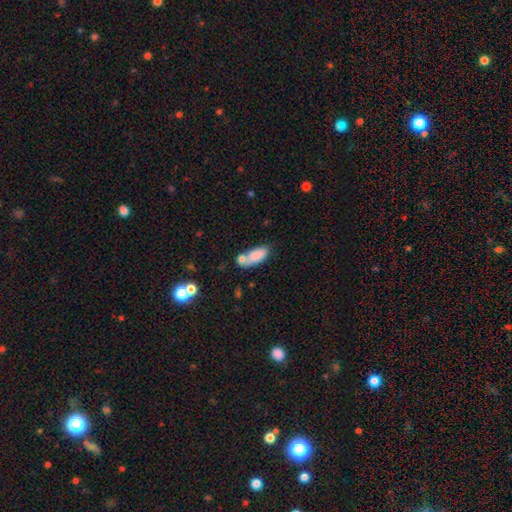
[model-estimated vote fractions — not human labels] A smooth galaxy with no disk features (81%) that is in between round and cigar-shaped (83%).

Vote fractions:
- Smooth or featured? smooth: 81% / featured or disk: 11% / star or artifact: 8%
- How rounded? in between: 83% / cigar-shaped: 14% / round: 3%
- Merging? none: 47% / merger: 29% / minor disturbance: 18% / major disturbance: 6%